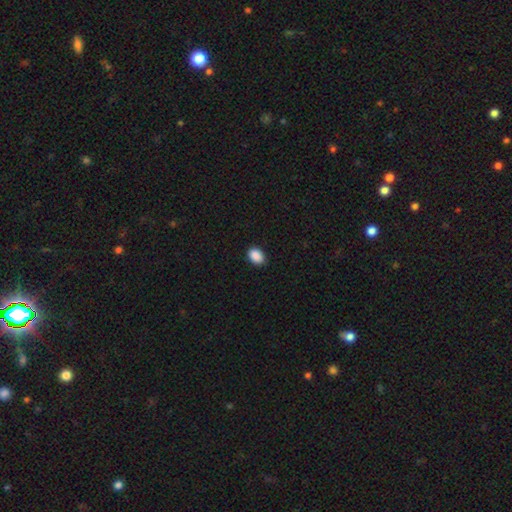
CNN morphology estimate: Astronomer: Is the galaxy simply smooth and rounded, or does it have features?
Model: smooth — 90%.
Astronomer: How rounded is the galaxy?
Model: in between — 77%.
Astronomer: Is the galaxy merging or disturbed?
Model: none — 89%.